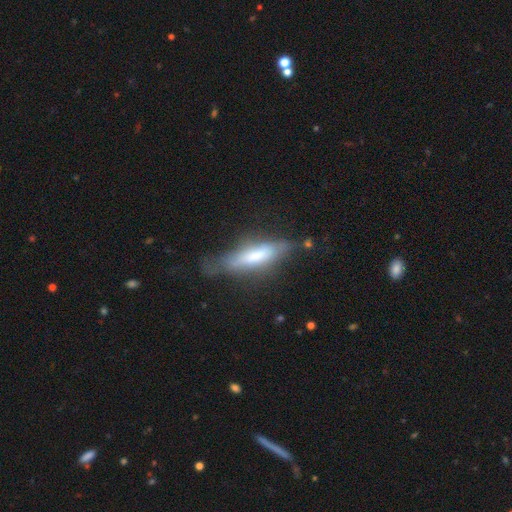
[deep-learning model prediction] Q: Smooth or featured?
A: smooth (52%); runner-up: featured or disk (41%)
Q: How rounded?
A: cigar-shaped (66%); runner-up: in between (32%)
Q: Merging?
A: none (51%); runner-up: minor disturbance (30%)